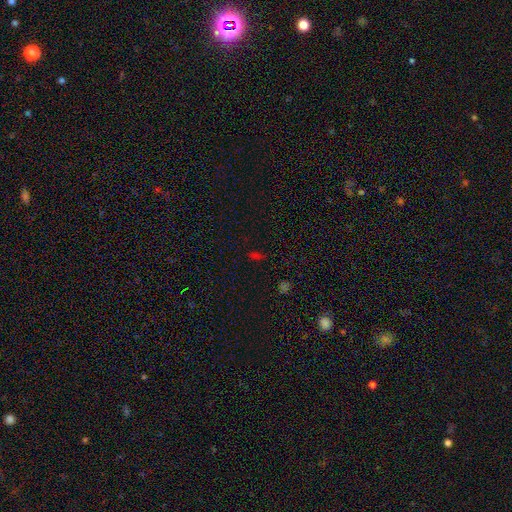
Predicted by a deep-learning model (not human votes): smooth_or_featured: smooth (p=0.47) [alt: star or artifact p=0.45]
merging: none (p=0.78) [alt: minor disturbance p=0.13]